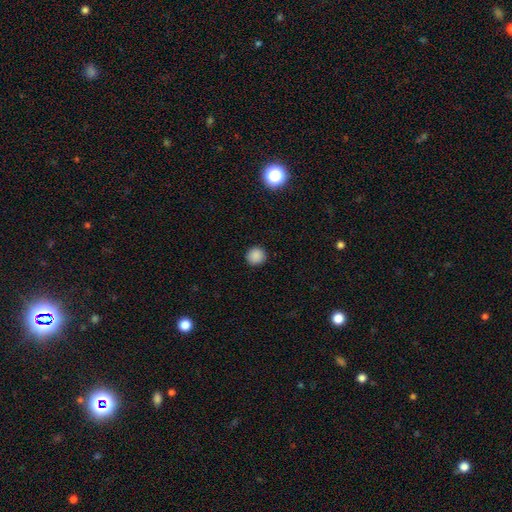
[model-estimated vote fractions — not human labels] Smooth or featured: smooth — 87% (star or artifact — 10%)
How rounded: round — 93% (in between — 6%)
Merging: none — 91% (minor disturbance — 6%)